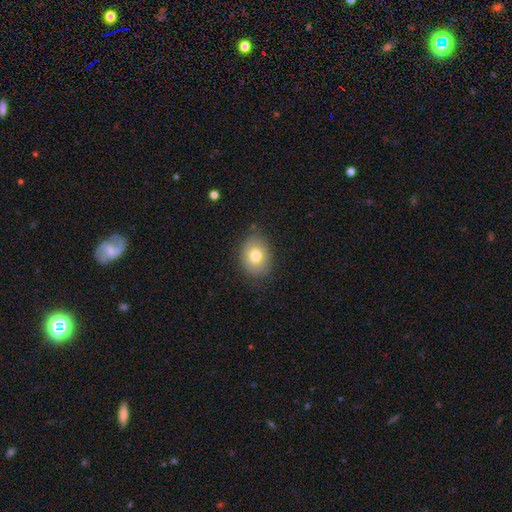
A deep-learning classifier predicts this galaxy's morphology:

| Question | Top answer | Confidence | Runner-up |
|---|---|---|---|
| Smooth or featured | smooth | 74% | featured or disk (17%) |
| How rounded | in between | 60% | round (39%) |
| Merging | none | 78% | minor disturbance (17%) |